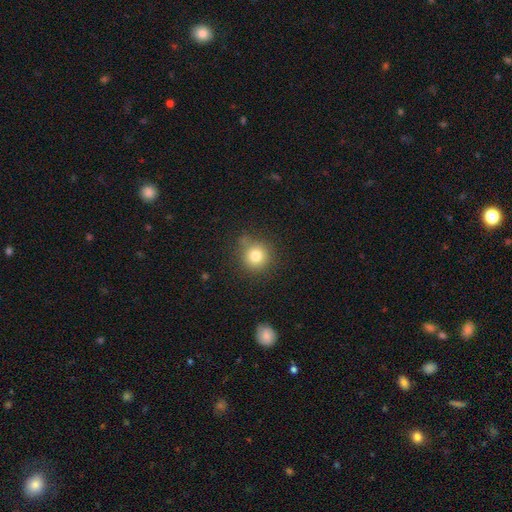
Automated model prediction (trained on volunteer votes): Smooth or featured? smooth (80%)
How rounded? round (91%)
Merging? none (74%)